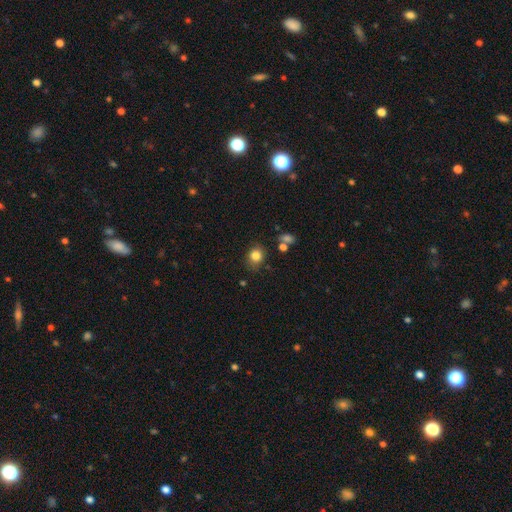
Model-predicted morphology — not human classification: smooth_or_featured: smooth (p=0.82) [alt: star or artifact p=0.11]
how_rounded: round (p=0.65) [alt: in between p=0.34]
merging: none (p=0.75) [alt: minor disturbance p=0.16]